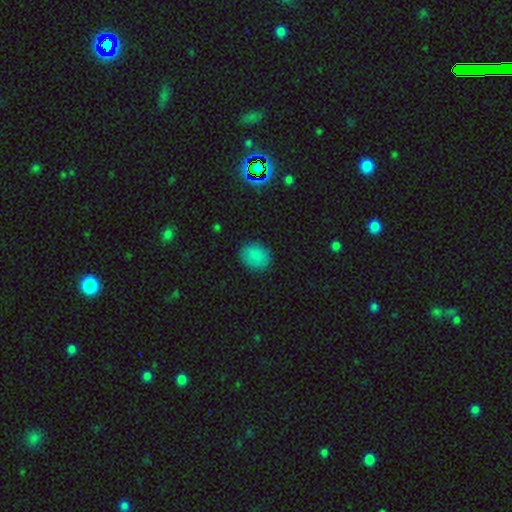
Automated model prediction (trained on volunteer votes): A smooth galaxy with no disk features (85%) that is round (63%).

Vote fractions:
- Smooth or featured? smooth: 85% / star or artifact: 11% / featured or disk: 4%
- How rounded? round: 63% / in between: 36% / cigar-shaped: 1%
- Merging? none: 87% / minor disturbance: 9% / major disturbance: 2% / merger: 1%